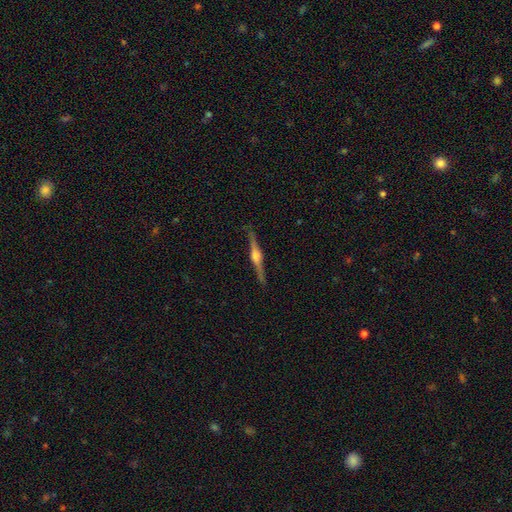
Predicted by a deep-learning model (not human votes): This is clearly a featured or disk galaxy (83%). It is clearly viewed edge-on (98%). Edge-on bulge: clearly rounded (88%). Merging: clearly none (89%).